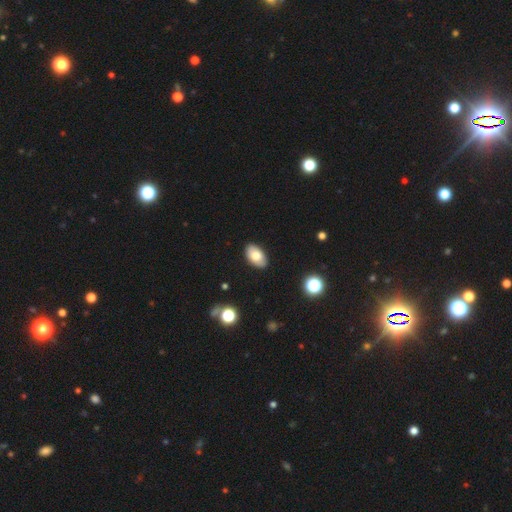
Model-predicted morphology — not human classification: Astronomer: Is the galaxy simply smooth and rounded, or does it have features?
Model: smooth — 77%.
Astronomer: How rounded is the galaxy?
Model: in between — 94%.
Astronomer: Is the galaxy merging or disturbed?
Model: none — 88%.